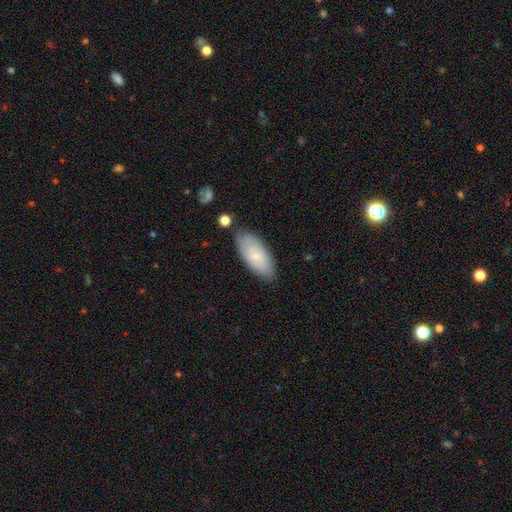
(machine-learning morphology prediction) A smooth galaxy with no disk features (63%) that is in between round and cigar-shaped (87%).

Vote fractions:
- Smooth or featured? smooth: 63% / featured or disk: 31% / star or artifact: 7%
- How rounded? in between: 87% / cigar-shaped: 11% / round: 2%
- Merging? none: 77% / minor disturbance: 16% / merger: 3% / major disturbance: 3%